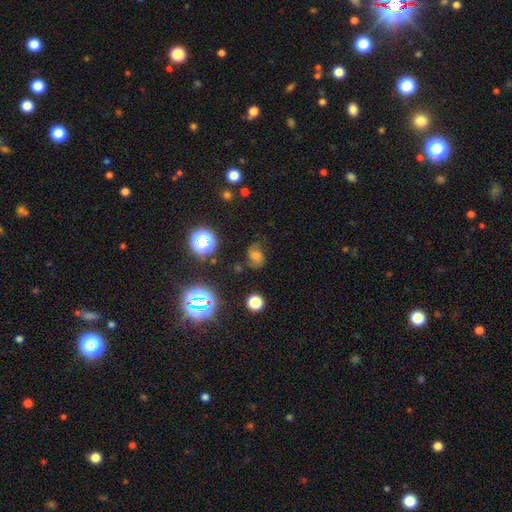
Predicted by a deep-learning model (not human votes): Smooth or featured: smooth — 41% (featured or disk — 34%)
Merging: none — 64% (minor disturbance — 22%)